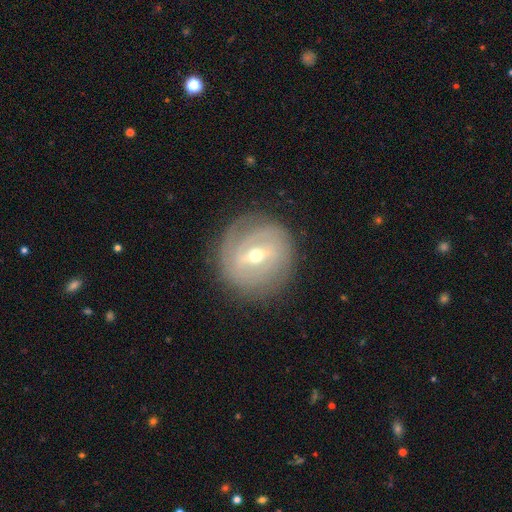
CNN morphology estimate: The model was most divided on "bulge size": moderate: 50%, small: 47%, large: 2%, dominant: 1%, none: 1%. Remaining: edge-on disk — no (94%); merging — none (80%); spiral arms — yes (80%); smooth or featured — featured or disk (79%); spiral winding — tight (68%); bar — weak (44%); spiral arm count — can't tell (39%).